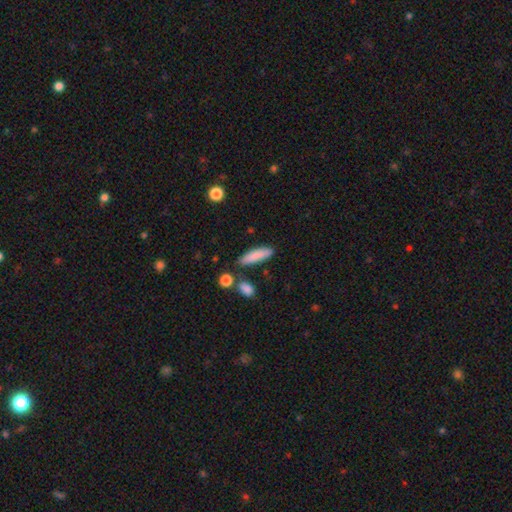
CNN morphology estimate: This is clearly a smooth galaxy (84%). How rounded: likely cigar-shaped (67%). Merging: likely none (76%).